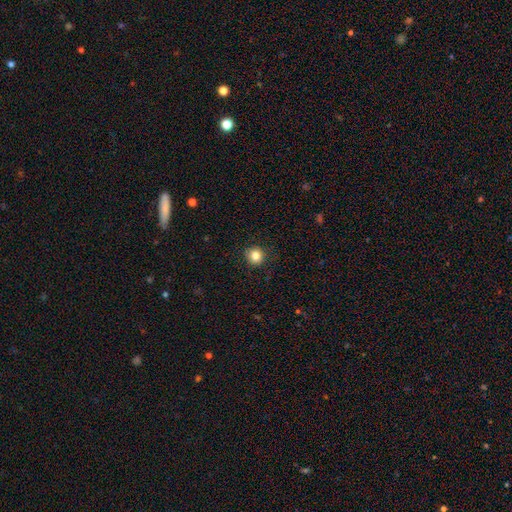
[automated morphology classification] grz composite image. It shows a smooth galaxy with no disk features (82%) that is round (93%). Merging: none (90%).